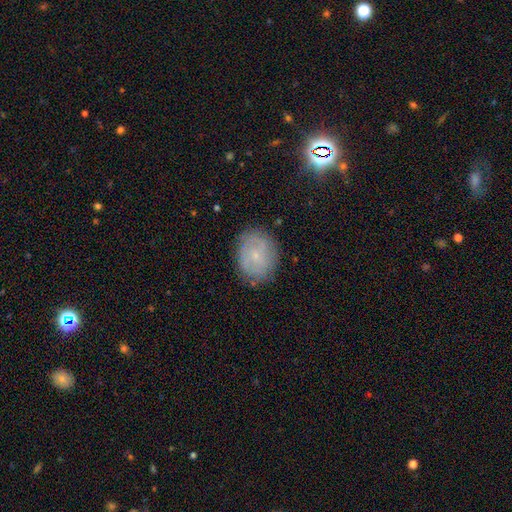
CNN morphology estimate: A featured or disk galaxy (49%). Merging: none (81%).